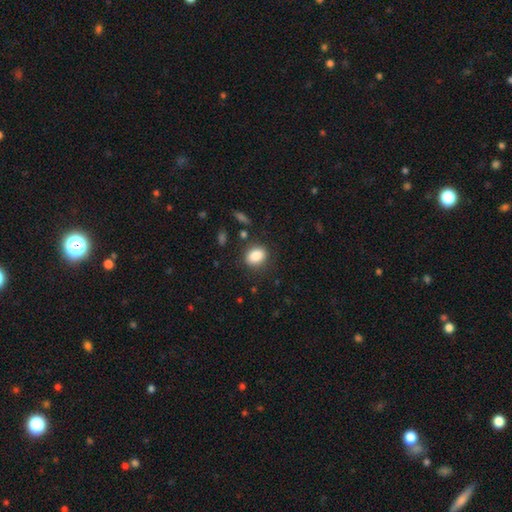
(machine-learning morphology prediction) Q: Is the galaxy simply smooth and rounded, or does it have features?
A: smooth — 86%.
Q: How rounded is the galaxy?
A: in between — 60%.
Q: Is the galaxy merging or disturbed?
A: none — 84%.